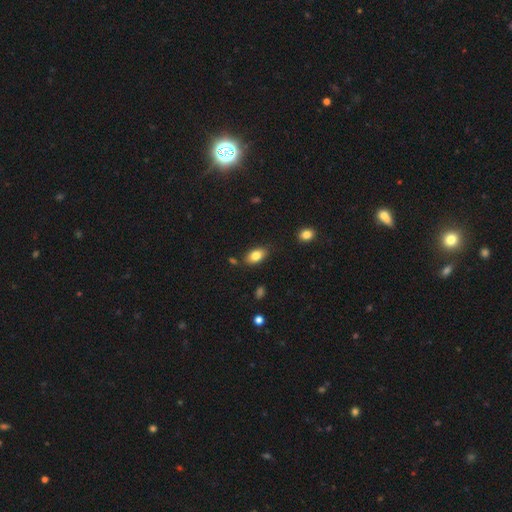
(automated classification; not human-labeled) The model was most divided on "merging": none: 81%, minor disturbance: 13%, merger: 4%, major disturbance: 3%. More confident: how rounded — in between (91%); smooth or featured — smooth (82%).